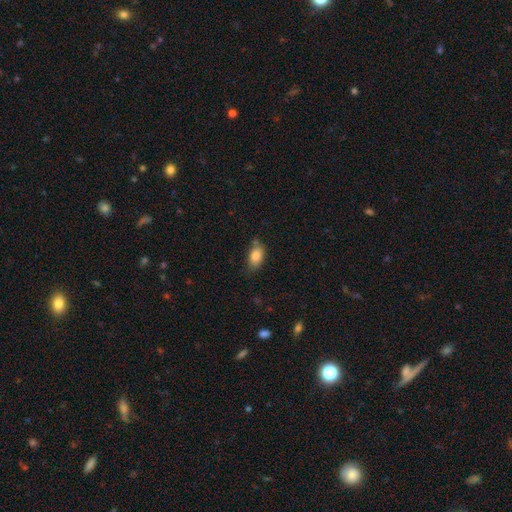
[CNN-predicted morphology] Smooth or featured?
  - smooth: 83% *
  - featured or disk: 9%
  - star or artifact: 8%
How rounded?
  - in between: 89% *
  - round: 7%
  - cigar-shaped: 4%
Merging?
  - none: 63% *
  - minor disturbance: 26%
  - merger: 6%
  - major disturbance: 5%